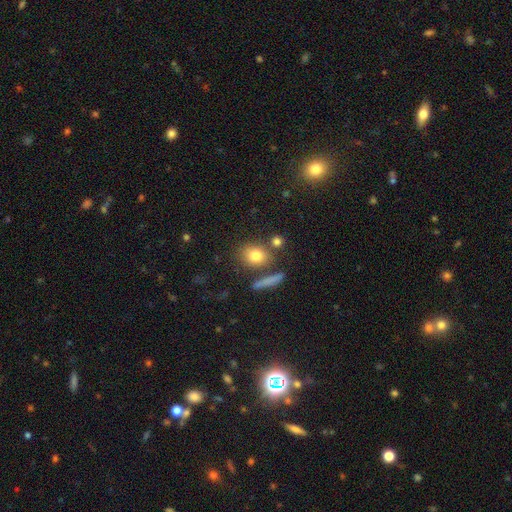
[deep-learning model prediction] The model was most divided on "how rounded": round: 58%, in between: 38%, cigar-shaped: 4%. More confident: smooth or featured — smooth (78%); merging — none (72%).